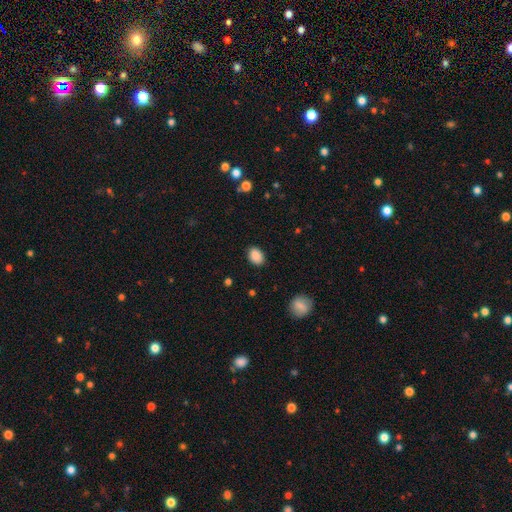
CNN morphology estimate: smooth 88%, star or artifact 8%, featured or disk 3%. Down the decision tree: how rounded — in between (72%); merging — none (86%).